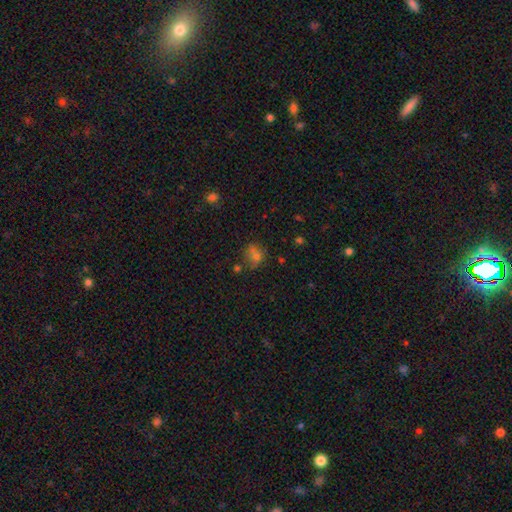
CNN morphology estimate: This appears to be a smooth galaxy with no disk features (55%) that is round (71%). Merging: none (55%).